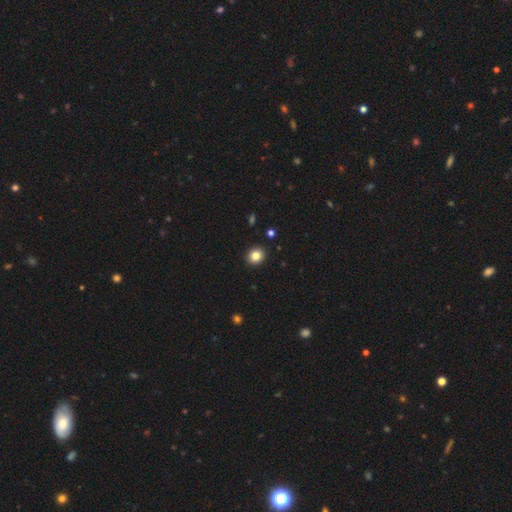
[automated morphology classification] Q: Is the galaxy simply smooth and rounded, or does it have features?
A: smooth — 83%.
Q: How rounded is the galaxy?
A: round — 79%.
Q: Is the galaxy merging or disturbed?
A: none — 92%.